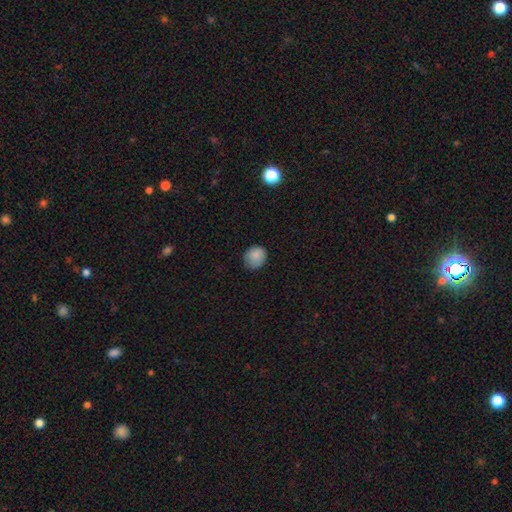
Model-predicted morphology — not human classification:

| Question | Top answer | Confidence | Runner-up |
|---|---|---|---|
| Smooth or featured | smooth | 85% | star or artifact (9%) |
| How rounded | round | 77% | in between (22%) |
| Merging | none | 77% | minor disturbance (18%) |